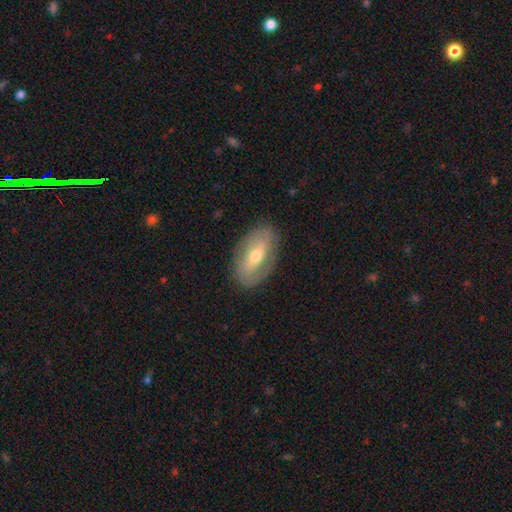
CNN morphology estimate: A featured or disk galaxy (57%).

Vote fractions:
- Smooth or featured? featured or disk: 57% / smooth: 36% / star or artifact: 7%
- Edge-on disk? no: 85% / yes: 15%
- Merging? none: 83% / minor disturbance: 12% / major disturbance: 4% / merger: 1%